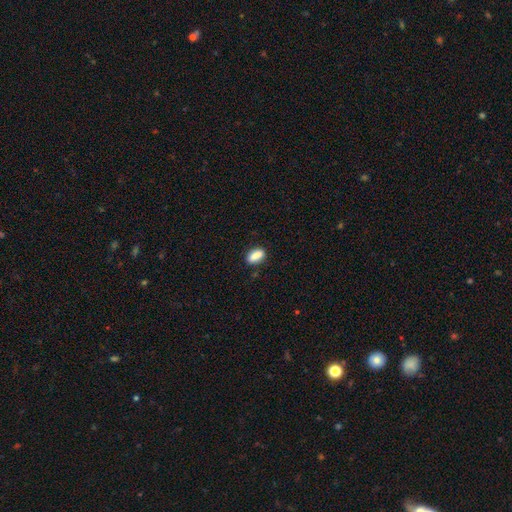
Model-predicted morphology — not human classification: type=smooth (87%); roundness=in between (80%); merging=none (84%).